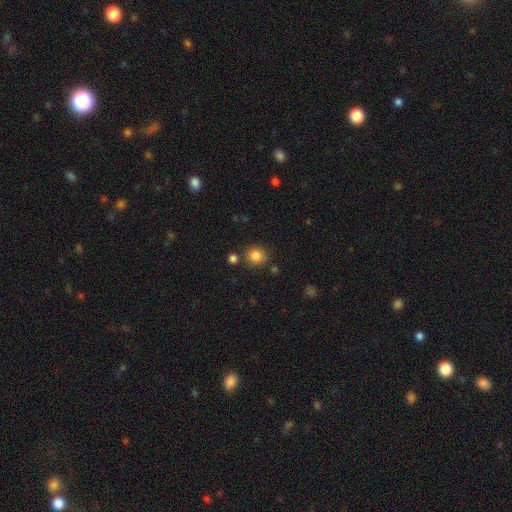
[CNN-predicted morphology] Q: Smooth or featured?
A: smooth (84%); runner-up: star or artifact (11%)
Q: How rounded?
A: round (84%); runner-up: in between (15%)
Q: Merging?
A: none (78%); runner-up: minor disturbance (11%)